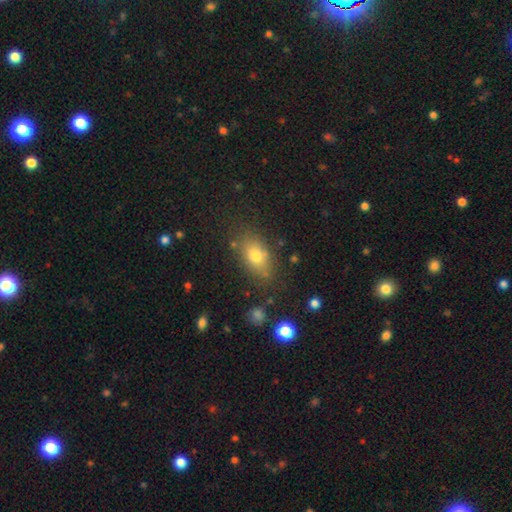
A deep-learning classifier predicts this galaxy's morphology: The model was most divided on "smooth or featured": smooth: 75%, featured or disk: 13%, star or artifact: 12%. More confident: how rounded — in between (80%); merging — none (77%).